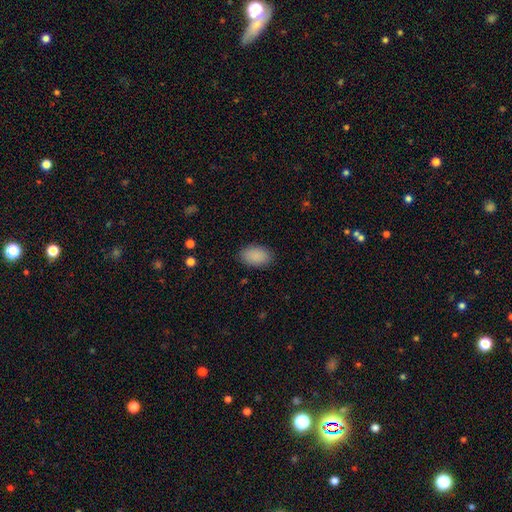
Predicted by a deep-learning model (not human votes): This appears to be a smooth galaxy with no disk features (90%) that is in between round and cigar-shaped (92%). Merging: none (87%).